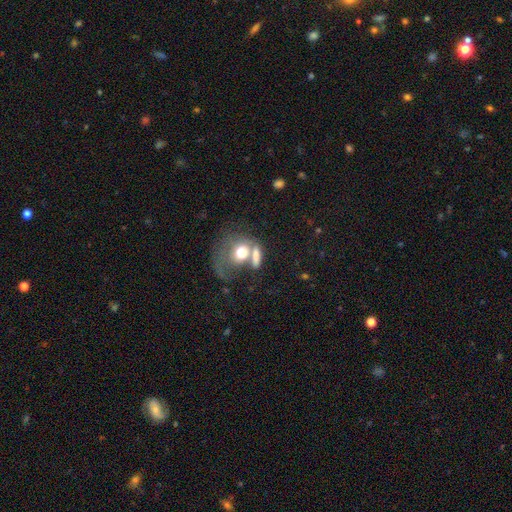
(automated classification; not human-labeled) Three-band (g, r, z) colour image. It shows a smooth galaxy with no disk features (66%) that is in between round and cigar-shaped (53%). Merging: merger (48%).